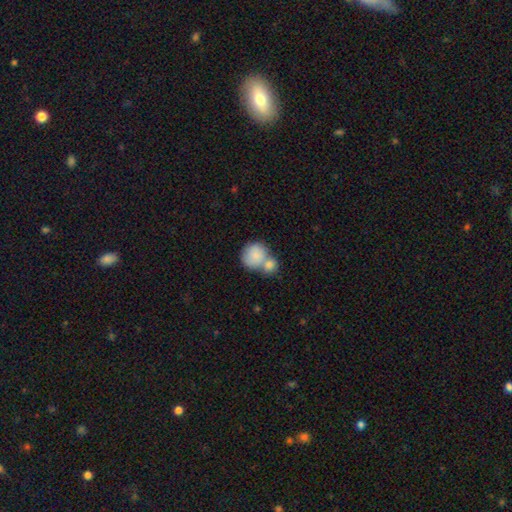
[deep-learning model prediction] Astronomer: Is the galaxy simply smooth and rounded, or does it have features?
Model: smooth — 83%.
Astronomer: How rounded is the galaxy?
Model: round — 79%.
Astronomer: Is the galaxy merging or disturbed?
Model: merger — 57%.